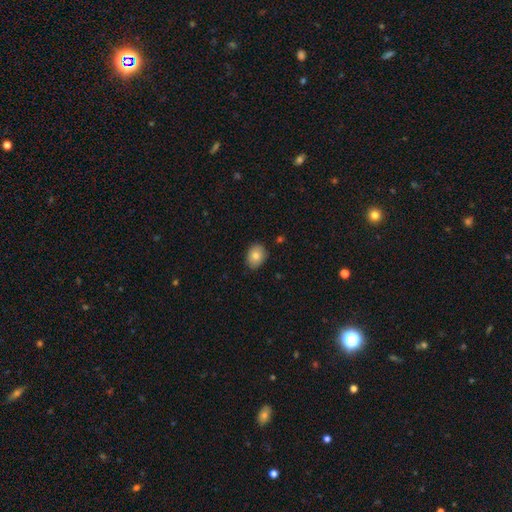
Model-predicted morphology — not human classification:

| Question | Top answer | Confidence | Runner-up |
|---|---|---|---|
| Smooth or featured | smooth | 80% | featured or disk (12%) |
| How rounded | in between | 66% | round (34%) |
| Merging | none | 85% | minor disturbance (12%) |